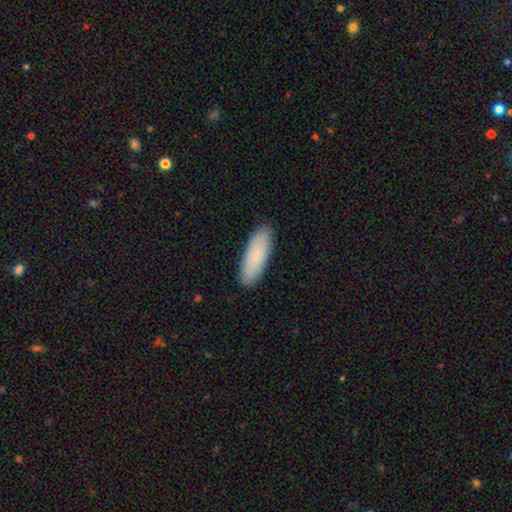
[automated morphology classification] This appears to be a smooth galaxy with no disk features (85%) that is in between round and cigar-shaped (56%). Merging: none (89%).